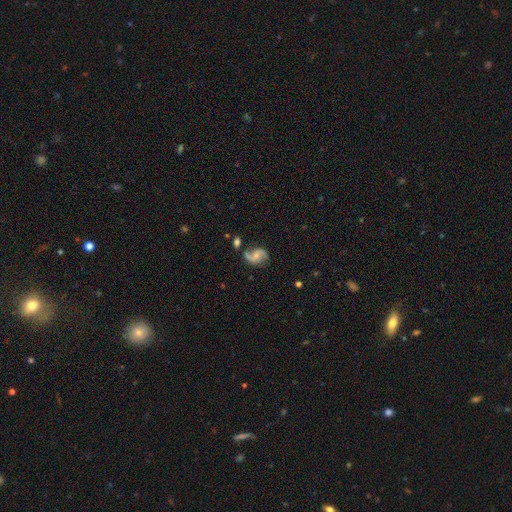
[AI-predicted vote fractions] A featured or disk galaxy (78%) with no bar (58%), 2 (88%) loose (50%) spiral arms (94%) and a small central bulge (55%).

Vote fractions:
- Smooth or featured? featured or disk: 78% / smooth: 14% / star or artifact: 7%
- Edge-on disk? no: 98% / yes: 2%
- Bar? no: 58% / weak: 34% / strong: 8%
- Spiral arms? yes: 94% / no: 6%
- Spiral winding? loose: 50% / medium: 38% / tight: 12%
- Spiral arm count? 2: 88% / 1: 5% / can't tell: 4% / 3: 1% / 4: 1% / more than 4: 1%
- Bulge size? small: 55% / moderate: 28% / none: 15% / large: 2% / dominant: 1%
- Merging? none: 59% / minor disturbance: 20% / major disturbance: 11% / merger: 10%